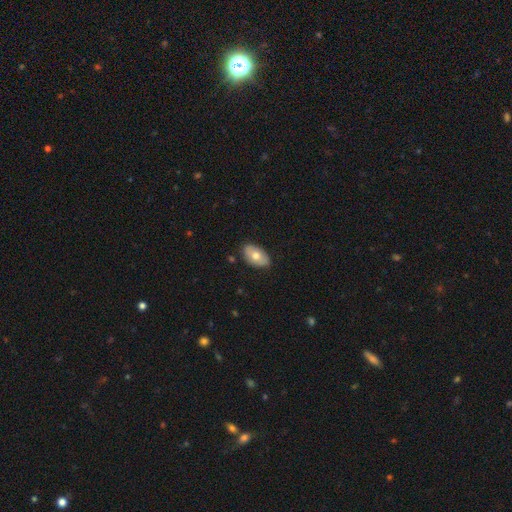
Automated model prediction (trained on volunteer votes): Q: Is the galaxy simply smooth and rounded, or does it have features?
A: smooth — 68%.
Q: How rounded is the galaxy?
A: in between — 93%.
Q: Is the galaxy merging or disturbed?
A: none — 84%.